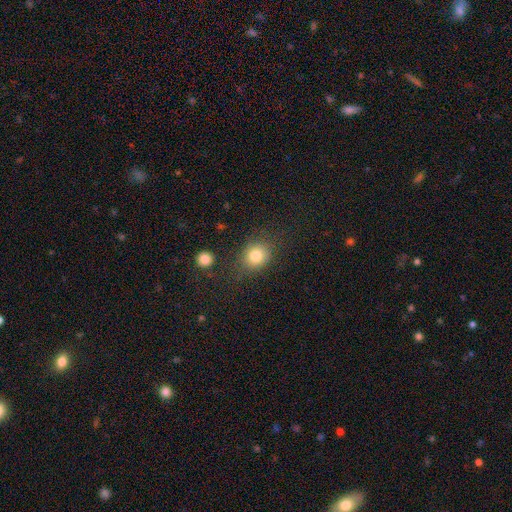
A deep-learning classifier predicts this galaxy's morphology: This is clearly a smooth galaxy (82%). How rounded: likely round (66%). Merging: likely none (74%).